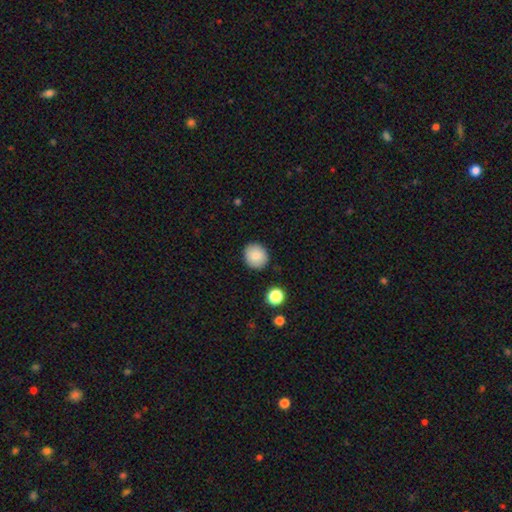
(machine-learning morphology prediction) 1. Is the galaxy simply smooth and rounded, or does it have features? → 87% smooth, 8% star or artifact, 5% featured or disk.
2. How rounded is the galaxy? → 87% round, 12% in between, 1% cigar-shaped.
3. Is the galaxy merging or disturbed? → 90% none, 7% minor disturbance, 2% major disturbance, 1% merger.